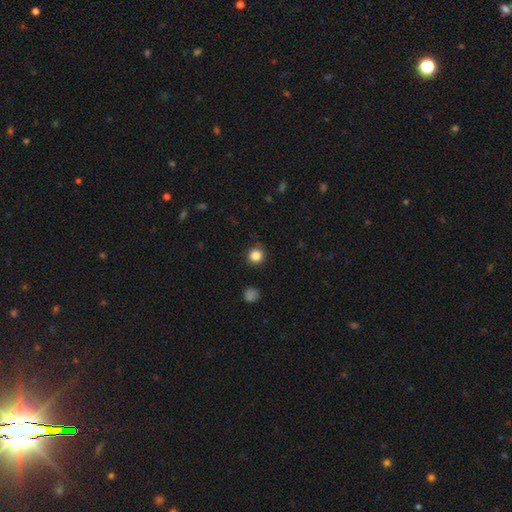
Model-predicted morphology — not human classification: Smooth or featured? smooth (85%)
How rounded? round (95%)
Merging? none (91%)